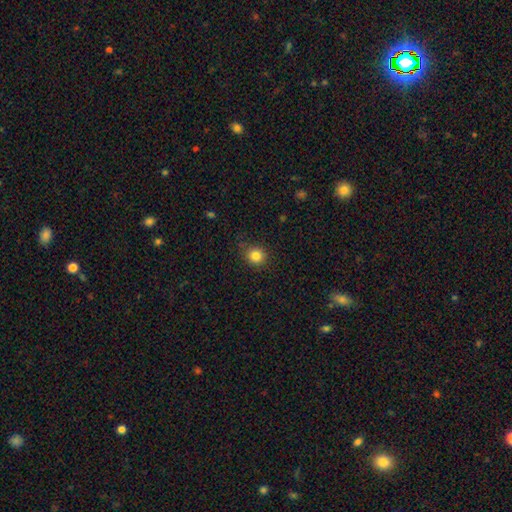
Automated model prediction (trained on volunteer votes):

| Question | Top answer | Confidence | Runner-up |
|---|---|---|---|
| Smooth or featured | smooth | 84% | star or artifact (12%) |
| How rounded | round | 88% | in between (11%) |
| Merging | none | 85% | minor disturbance (11%) |